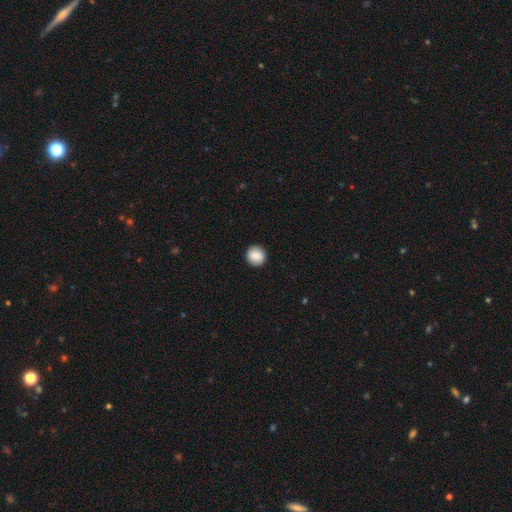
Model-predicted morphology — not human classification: The model was most divided on "smooth or featured": smooth: 86%, star or artifact: 8%, featured or disk: 7%. More confident: how rounded — round (92%); merging — none (91%).